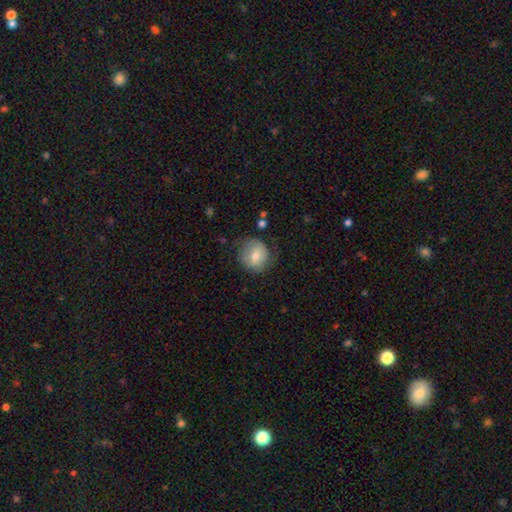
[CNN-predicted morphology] Smooth or featured?
  - smooth: 70% *
  - featured or disk: 23%
  - star or artifact: 8%
How rounded?
  - round: 80% *
  - in between: 19%
  - cigar-shaped: 1%
Merging?
  - none: 67% *
  - minor disturbance: 22%
  - major disturbance: 9%
  - merger: 2%